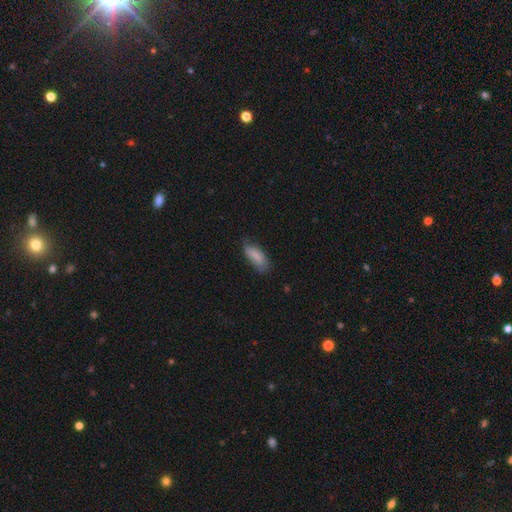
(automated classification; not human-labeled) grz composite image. It shows a smooth galaxy with no disk features (81%) that is in between round and cigar-shaped (77%). Merging: none (62%).